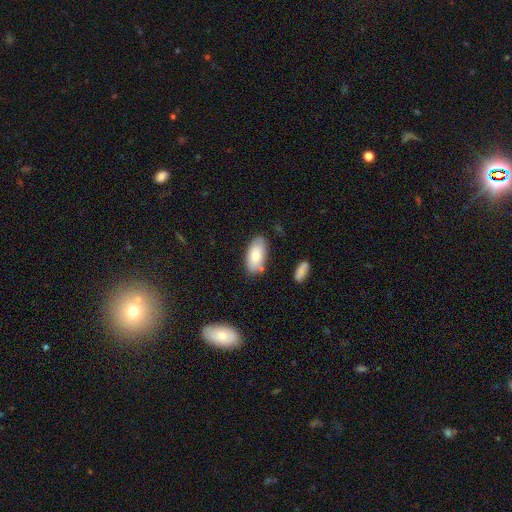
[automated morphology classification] smooth-or-featured: smooth: 78% | featured or disk: 16% | star or artifact: 6%
  how-rounded: in between: 94% | cigar-shaped: 4% | round: 2%
  merging: none: 76% | minor disturbance: 16% | merger: 4% | major disturbance: 3%